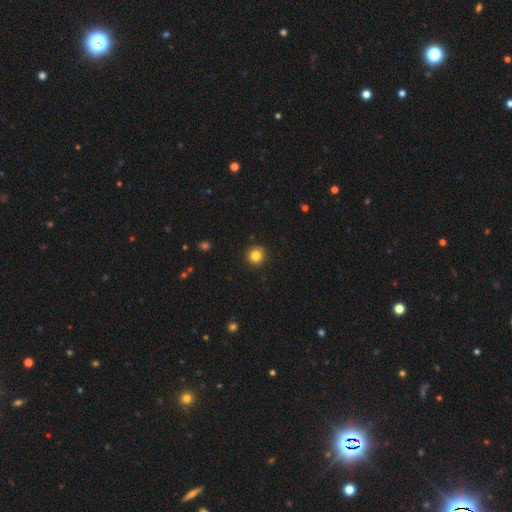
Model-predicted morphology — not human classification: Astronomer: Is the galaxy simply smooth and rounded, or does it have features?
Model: smooth — 84%.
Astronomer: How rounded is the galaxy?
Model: round — 93%.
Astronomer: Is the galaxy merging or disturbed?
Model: none — 92%.